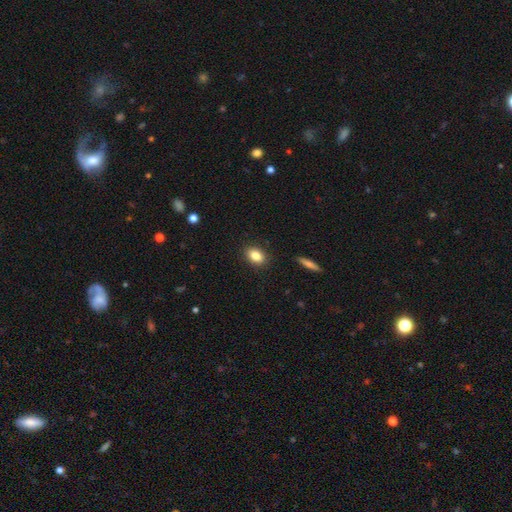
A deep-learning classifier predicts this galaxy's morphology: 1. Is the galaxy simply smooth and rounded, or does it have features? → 83% smooth, 9% star or artifact, 8% featured or disk.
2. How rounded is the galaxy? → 73% in between, 25% round, 2% cigar-shaped.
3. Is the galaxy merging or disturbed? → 89% none, 8% minor disturbance, 2% major disturbance, 1% merger.